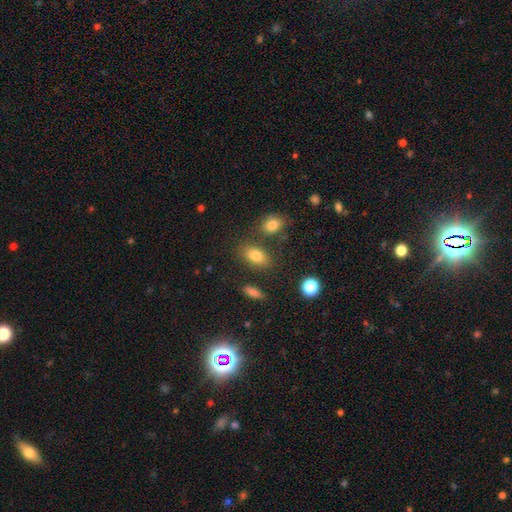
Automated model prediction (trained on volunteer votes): Smooth or featured? smooth (80%)
How rounded? in between (86%)
Merging? none (77%)